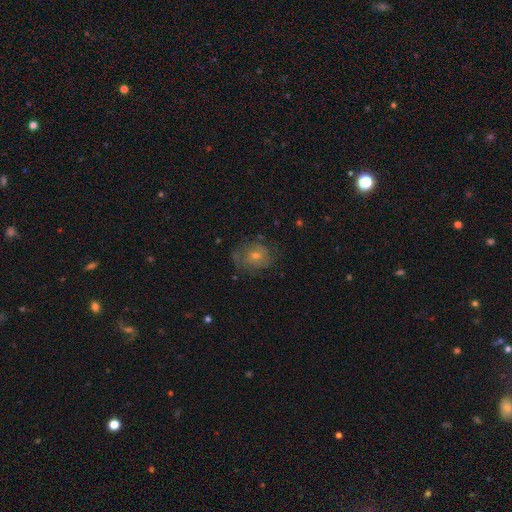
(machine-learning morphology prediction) Smooth or featured? featured or disk (48%)
Merging? none (70%)